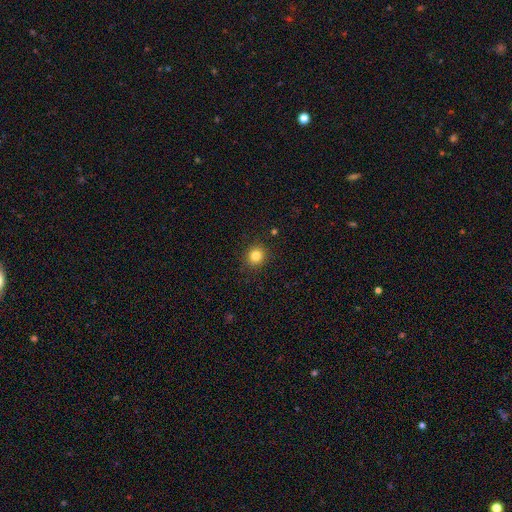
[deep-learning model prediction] This is clearly a smooth galaxy (83%). How rounded: clearly round (89%). Merging: clearly none (91%).